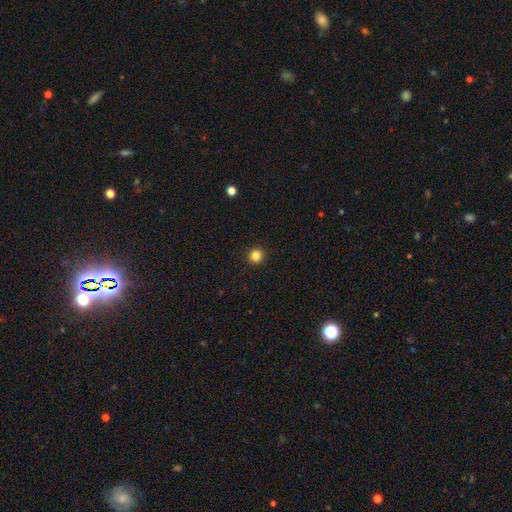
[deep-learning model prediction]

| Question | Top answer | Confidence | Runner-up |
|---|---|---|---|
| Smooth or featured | smooth | 84% | star or artifact (12%) |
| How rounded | round | 94% | in between (5%) |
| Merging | none | 93% | minor disturbance (5%) |